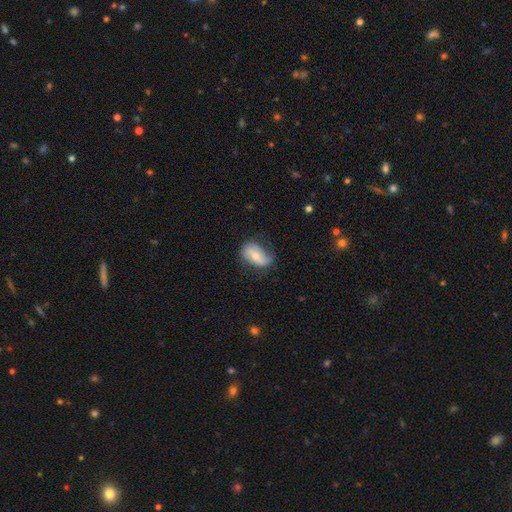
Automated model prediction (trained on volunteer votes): This appears to be a smooth galaxy with no disk features (46%, tied with featured or disk). Merging: none (60%).